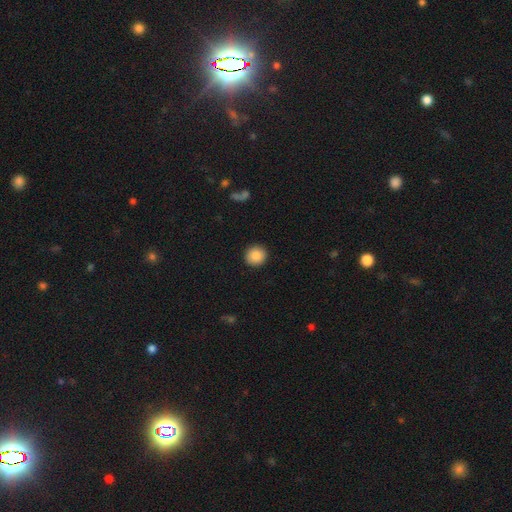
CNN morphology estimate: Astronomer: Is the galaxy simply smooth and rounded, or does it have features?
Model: smooth — 88%.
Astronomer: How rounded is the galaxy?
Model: round — 92%.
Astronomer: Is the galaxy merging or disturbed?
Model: none — 92%.